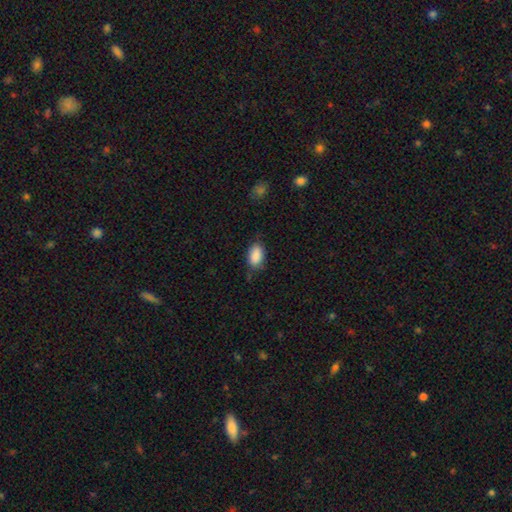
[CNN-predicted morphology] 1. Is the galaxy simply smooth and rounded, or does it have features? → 89% smooth, 7% star or artifact, 4% featured or disk.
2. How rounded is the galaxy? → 92% in between, 6% round, 2% cigar-shaped.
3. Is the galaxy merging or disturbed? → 71% none, 23% minor disturbance, 5% major disturbance, 2% merger.